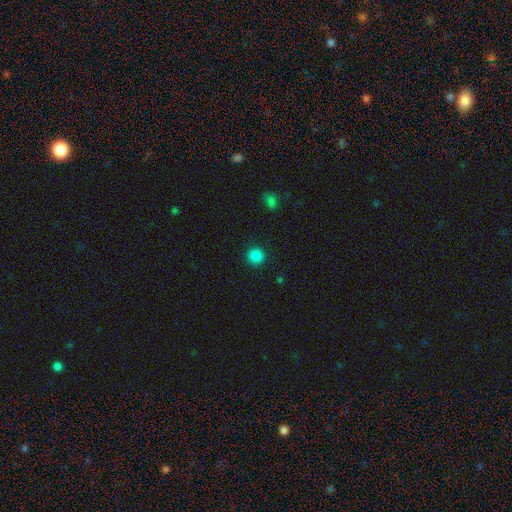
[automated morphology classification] Smooth or featured? Predicted: smooth (p=0.85). How rounded? Predicted: round (p=0.94). Merging? Predicted: none (p=0.92).